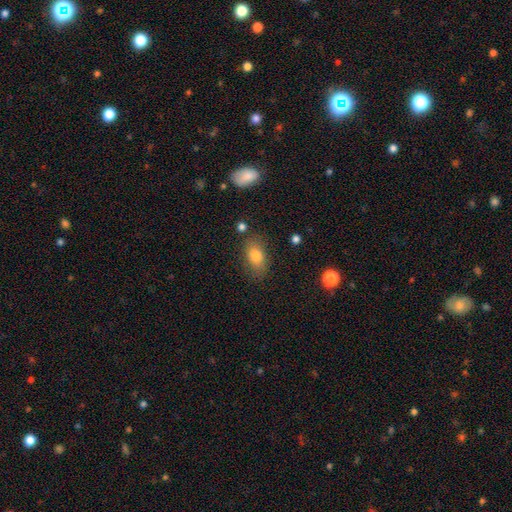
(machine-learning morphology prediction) smooth_or_featured: smooth (p=0.78) [alt: featured or disk p=0.13]
how_rounded: in between (p=0.86) [alt: round p=0.10]
merging: none (p=0.77) [alt: minor disturbance p=0.15]